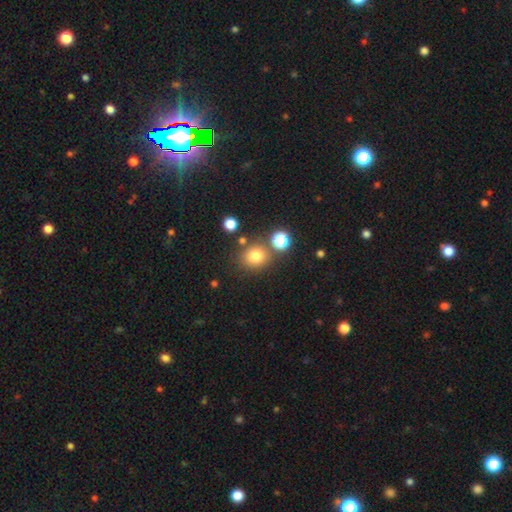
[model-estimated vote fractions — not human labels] smooth-or-featured: smooth: 77% | star or artifact: 15% | featured or disk: 7%
  how-rounded: round: 80% | in between: 19% | cigar-shaped: 1%
  merging: none: 75% | merger: 11% | minor disturbance: 10% | major disturbance: 4%